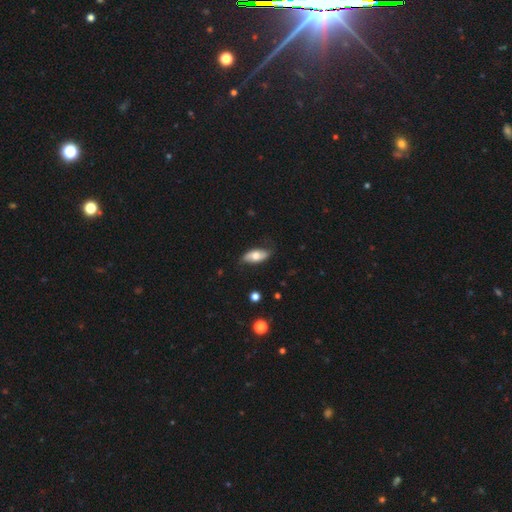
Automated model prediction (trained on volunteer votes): Q: Smooth or featured?
A: smooth (60%); runner-up: featured or disk (34%)
Q: How rounded?
A: in between (86%); runner-up: cigar-shaped (11%)
Q: Merging?
A: none (74%); runner-up: minor disturbance (20%)